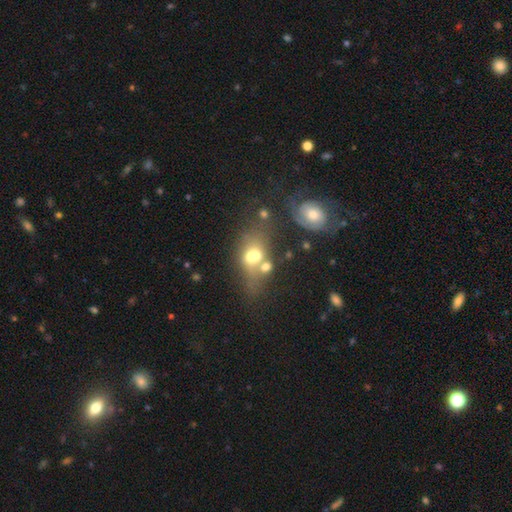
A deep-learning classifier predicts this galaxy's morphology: Overall: smooth (52%; featured or disk 34%). How rounded: in between (67%; round 30%). Merging: merger (50%; none 26%).